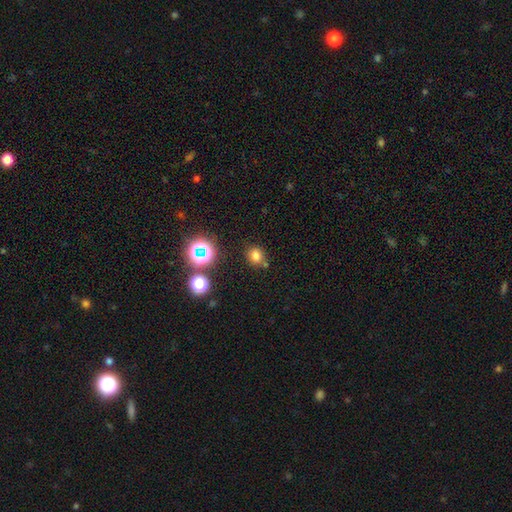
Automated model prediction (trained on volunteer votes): Morphology: type=smooth (74%); roundness=round (79%); merging=none (76%).